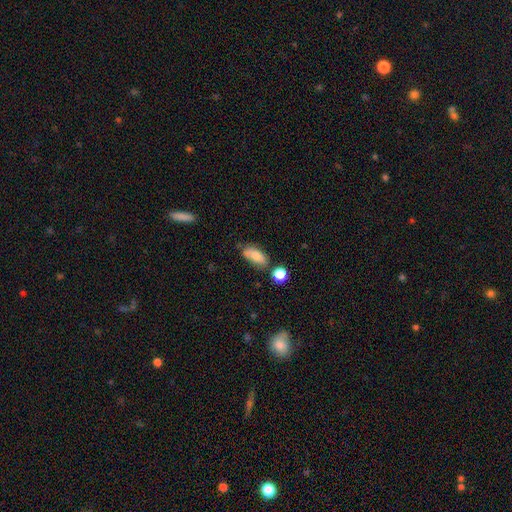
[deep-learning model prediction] A smooth galaxy with no disk features (77%) that is in between round and cigar-shaped (84%). Merging: none (61%).